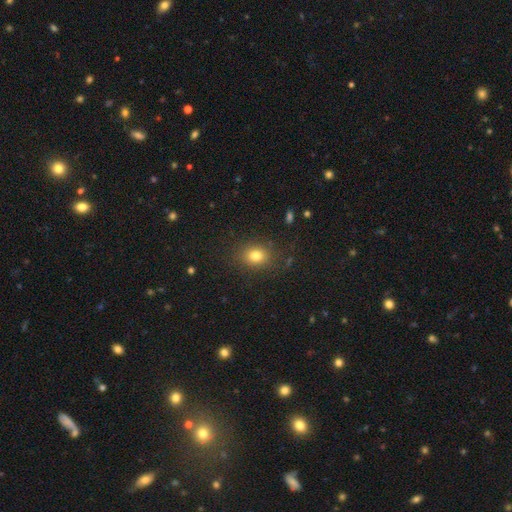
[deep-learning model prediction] This appears to be a smooth galaxy with no disk features (81%) that is round (51%). Merging: none (83%).